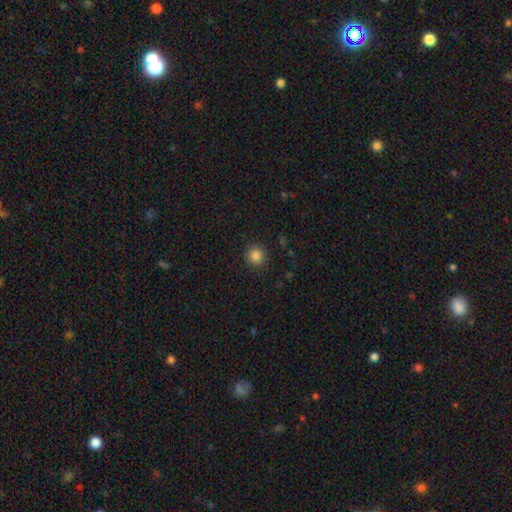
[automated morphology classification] The model was most divided on "smooth or featured": smooth: 84%, star or artifact: 11%, featured or disk: 5%. More confident: how rounded — round (93%); merging — none (91%).